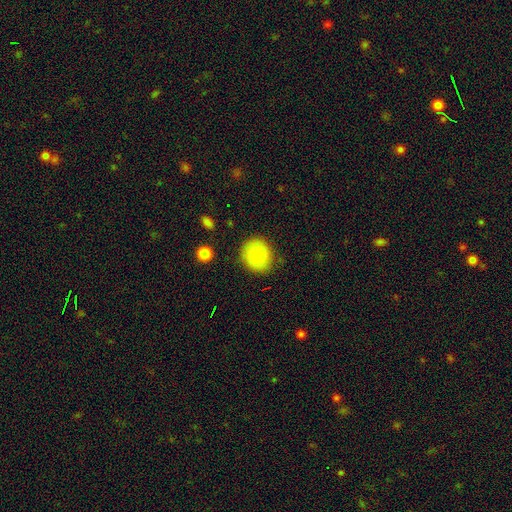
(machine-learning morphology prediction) type=smooth (85%); roundness=round (80%); merging=none (82%).